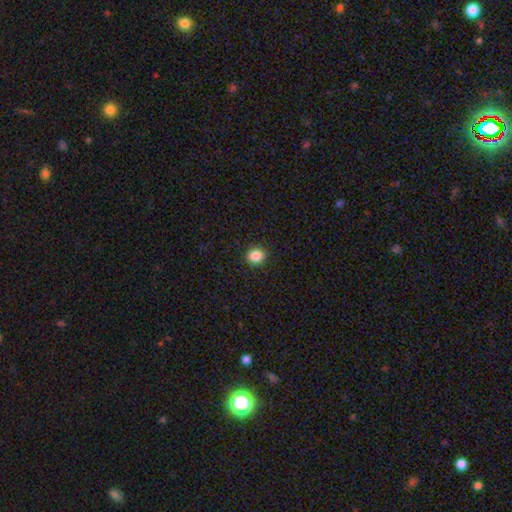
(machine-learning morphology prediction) Q: Smooth or featured?
A: smooth (87%); runner-up: star or artifact (10%)
Q: How rounded?
A: round (77%); runner-up: in between (22%)
Q: Merging?
A: none (91%); runner-up: minor disturbance (6%)